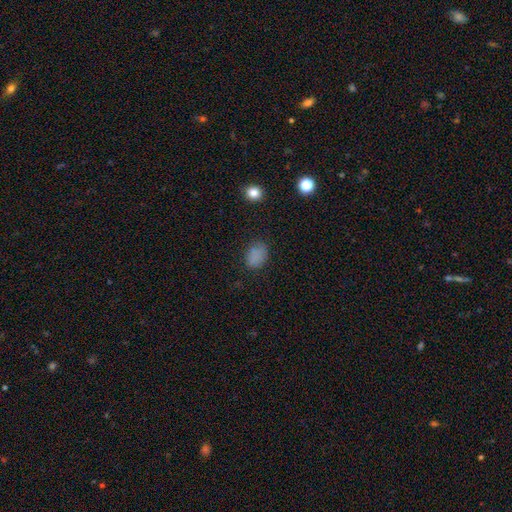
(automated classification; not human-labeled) Smooth or featured? Predicted: smooth (p=0.80). How rounded? Predicted: in between (p=0.69). Merging? Predicted: none (p=0.72).